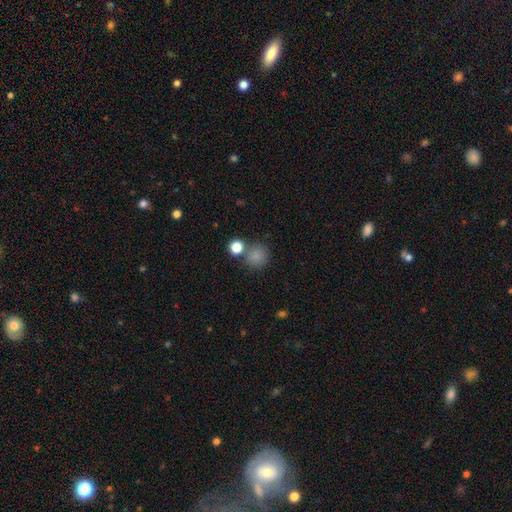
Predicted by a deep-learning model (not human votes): smooth_or_featured: smooth (p=0.83) [alt: star or artifact p=0.12]
how_rounded: round (p=0.91) [alt: in between p=0.08]
merging: none (p=0.72) [alt: merger p=0.15]